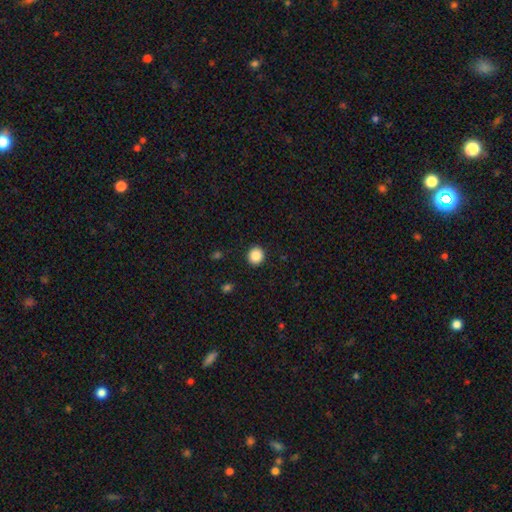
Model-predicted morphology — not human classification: smooth 87%, star or artifact 9%, featured or disk 4%. Down the decision tree: how rounded — round (87%); merging — none (92%).